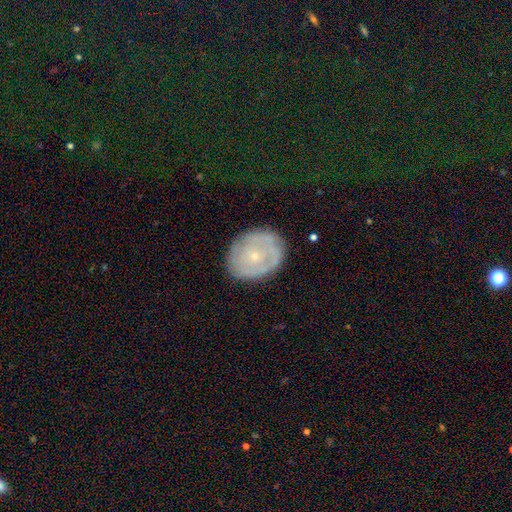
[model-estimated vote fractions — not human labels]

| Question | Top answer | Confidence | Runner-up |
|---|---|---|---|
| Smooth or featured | featured or disk | 62% | smooth (31%) |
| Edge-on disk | no | 96% | yes (4%) |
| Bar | no | 86% | weak (11%) |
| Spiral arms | yes | 61% | no (39%) |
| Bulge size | small | 80% | moderate (17%) |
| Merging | none | 79% | minor disturbance (16%) |